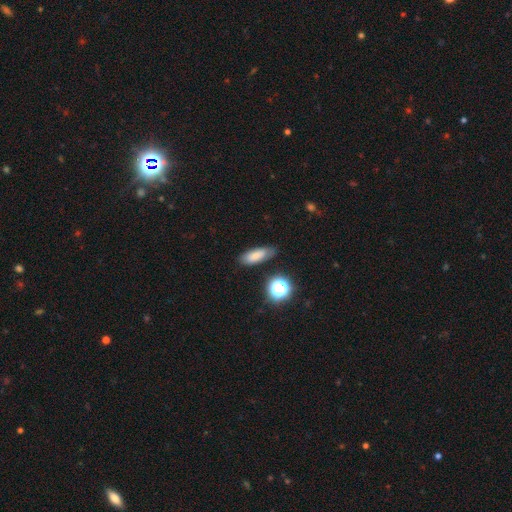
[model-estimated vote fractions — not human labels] Smooth or featured?
  - smooth: 76% *
  - star or artifact: 13%
  - featured or disk: 11%
How rounded?
  - in between: 66% *
  - cigar-shaped: 27%
  - round: 7%
Merging?
  - none: 76% *
  - minor disturbance: 17%
  - major disturbance: 4%
  - merger: 3%